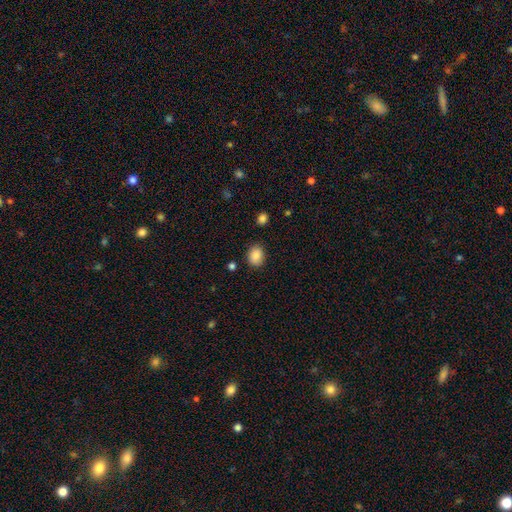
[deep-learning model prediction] Smooth or featured? Predicted: smooth (p=0.87). How rounded? Predicted: in between (p=0.57). Merging? Predicted: none (p=0.83).